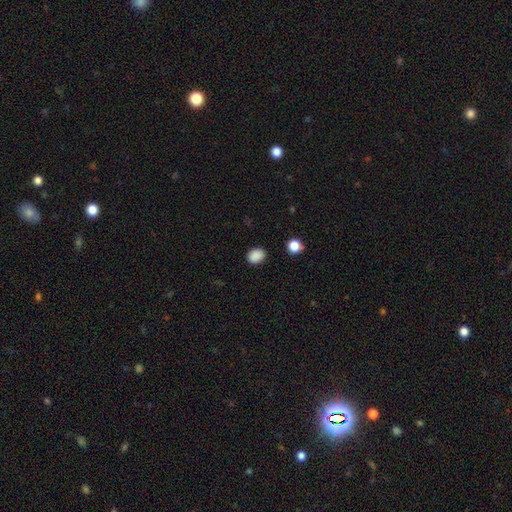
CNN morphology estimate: Smooth or featured? Predicted: smooth (p=0.87). How rounded? Predicted: in between (p=0.54). Merging? Predicted: none (p=0.87).